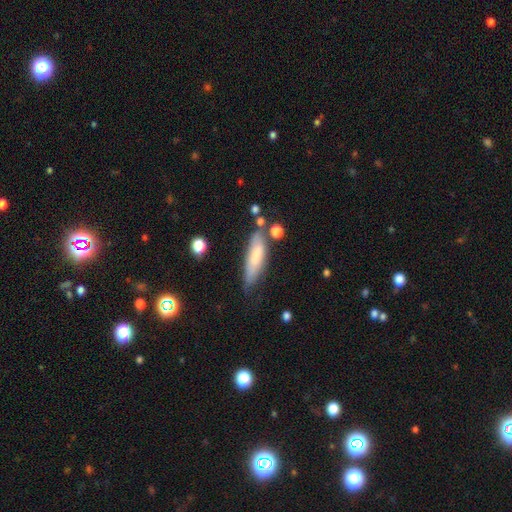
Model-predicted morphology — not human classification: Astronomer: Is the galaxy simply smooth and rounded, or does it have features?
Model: smooth — 67%.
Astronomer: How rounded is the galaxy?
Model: cigar-shaped — 57% (runner-up: in between, 41%).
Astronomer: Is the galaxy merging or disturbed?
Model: none — 59%.